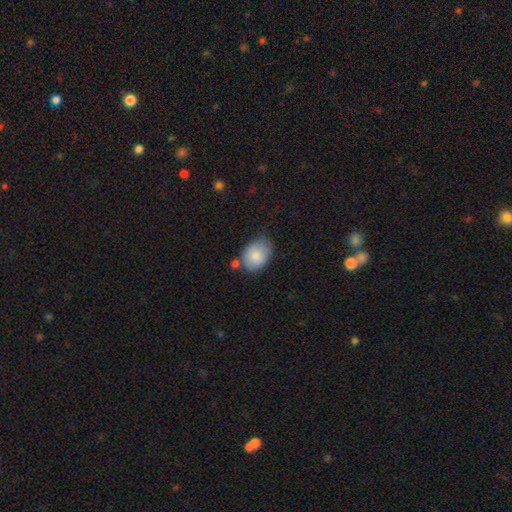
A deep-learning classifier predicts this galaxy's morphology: Smooth or featured? smooth (84%)
How rounded? in between (77%)
Merging? none (64%)